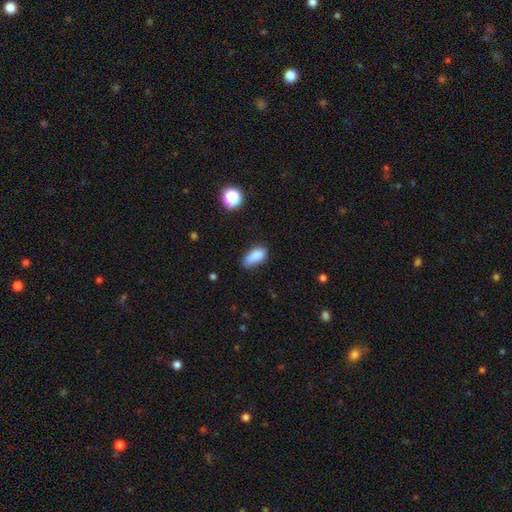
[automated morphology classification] smooth_or_featured: smooth (p=0.86) [alt: star or artifact p=0.09]
how_rounded: in between (p=0.87) [alt: cigar-shaped p=0.09]
merging: none (p=0.66) [alt: minor disturbance p=0.27]